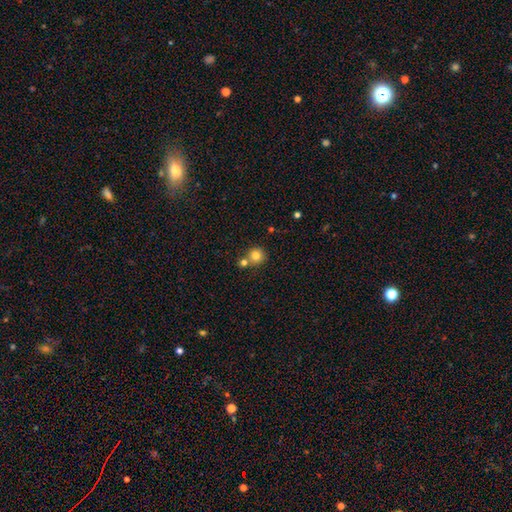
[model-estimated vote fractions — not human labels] This is clearly a smooth galaxy (81%). How rounded: clearly round (91%). Merging: likely none (60%).